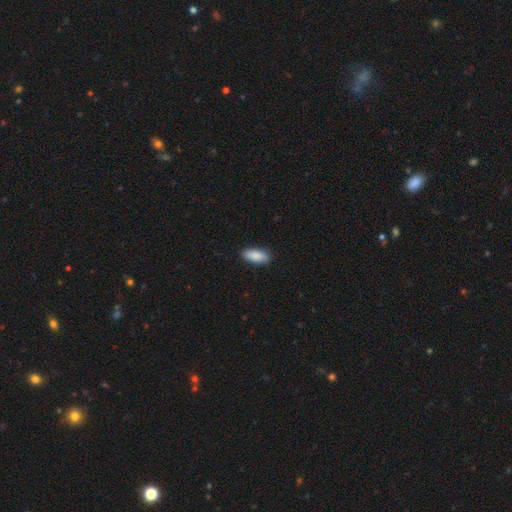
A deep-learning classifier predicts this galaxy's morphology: Smooth or featured?
  - smooth: 89% *
  - star or artifact: 6%
  - featured or disk: 5%
How rounded?
  - in between: 85% *
  - cigar-shaped: 13%
  - round: 2%
Merging?
  - none: 89% *
  - minor disturbance: 8%
  - major disturbance: 2%
  - merger: 1%